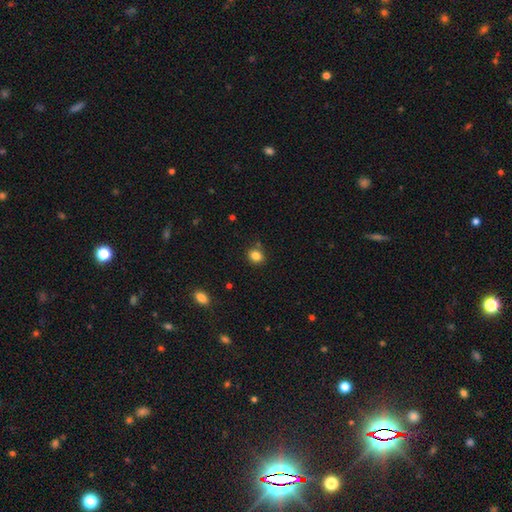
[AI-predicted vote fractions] This appears to be a smooth galaxy with no disk features (84%) that is round (66%). Merging: none (82%).